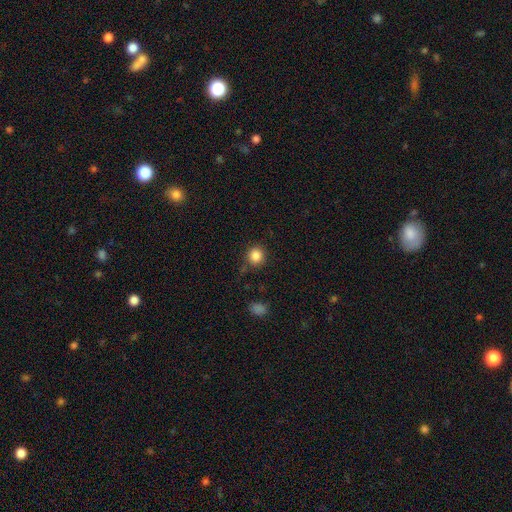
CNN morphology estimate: Smooth or featured?
  - smooth: 85% *
  - star or artifact: 11%
  - featured or disk: 4%
How rounded?
  - round: 92% *
  - in between: 7%
  - cigar-shaped: 1%
Merging?
  - none: 84% *
  - minor disturbance: 9%
  - major disturbance: 3%
  - merger: 3%